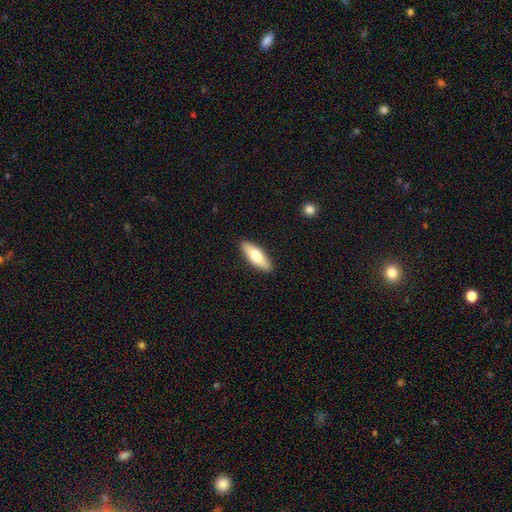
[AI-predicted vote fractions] This appears to be a smooth galaxy with no disk features (65%) that is in between round and cigar-shaped (58%). Merging: none (90%).